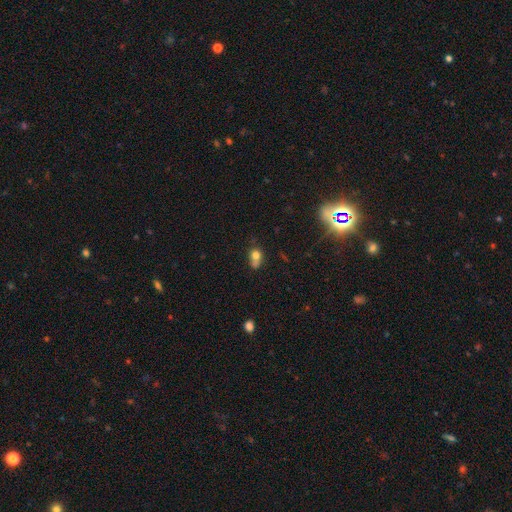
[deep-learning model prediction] Morphology: type=smooth (73%); roundness=round (50%); merging=none (35%).